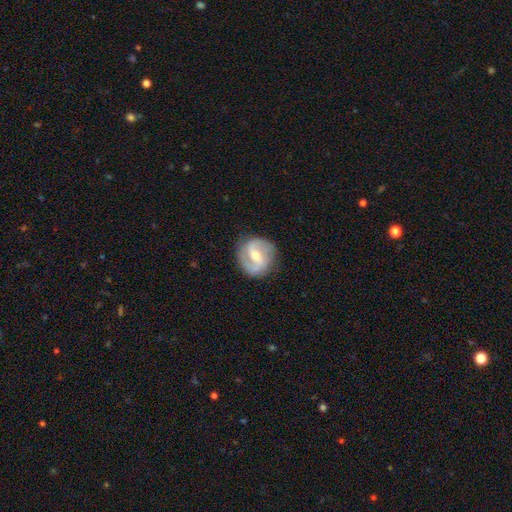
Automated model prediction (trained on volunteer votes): smooth_or_featured: featured or disk (p=0.86) [alt: smooth p=0.10]
disk_edge_on: no (p=0.98) [alt: yes p=0.02]
bar: weak (p=0.50) [alt: strong p=0.26]
has_spiral_arms: yes (p=0.96) [alt: no p=0.04]
spiral_winding: medium (p=0.51) [alt: loose p=0.28]
spiral_arm_count: 2 (p=0.91) [alt: can't tell p=0.03]
bulge_size: moderate (p=0.53) [alt: small p=0.44]
merging: none (p=0.84) [alt: minor disturbance p=0.11]